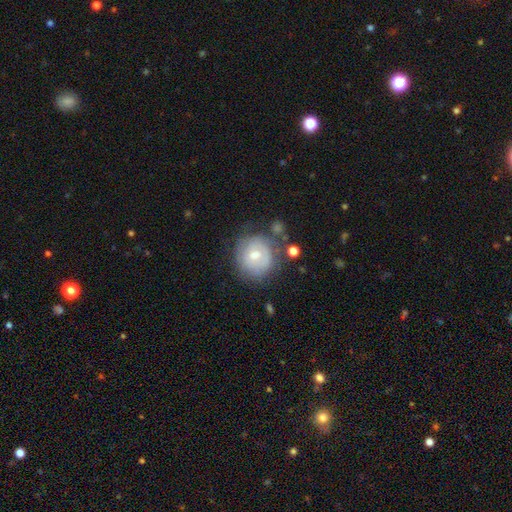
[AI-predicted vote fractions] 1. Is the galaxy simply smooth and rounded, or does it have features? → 51% smooth, 41% featured or disk, 8% star or artifact.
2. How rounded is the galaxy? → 87% round, 12% in between, 1% cigar-shaped.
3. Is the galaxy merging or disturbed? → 61% none, 22% minor disturbance, 11% major disturbance, 6% merger.